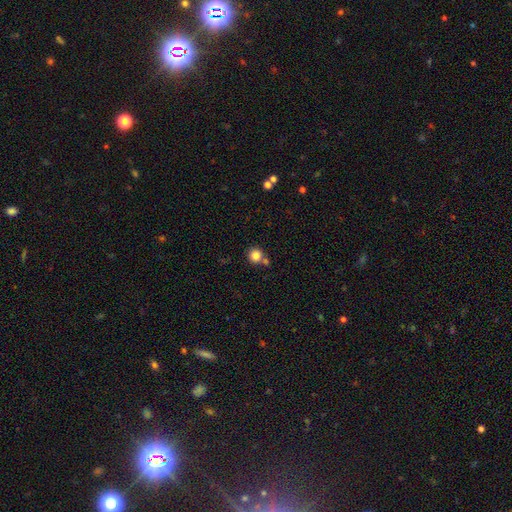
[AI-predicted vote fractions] smooth-or-featured: smooth: 83% | star or artifact: 11% | featured or disk: 6%
  how-rounded: round: 93% | in between: 6% | cigar-shaped: 1%
  merging: none: 69% | merger: 20% | minor disturbance: 8% | major disturbance: 3%